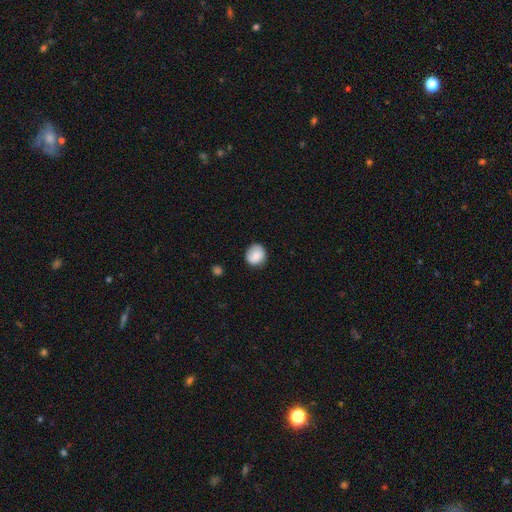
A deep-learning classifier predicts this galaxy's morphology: The model was most divided on "how rounded": round: 81%, in between: 19%, cigar-shaped: 1%. More confident: smooth or featured — smooth (84%); merging — none (80%).